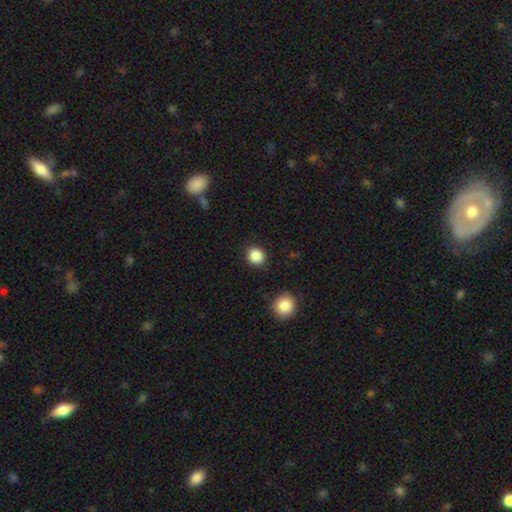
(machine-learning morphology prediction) This is clearly a smooth galaxy (87%). How rounded: likely round (80%). Merging: clearly none (90%).